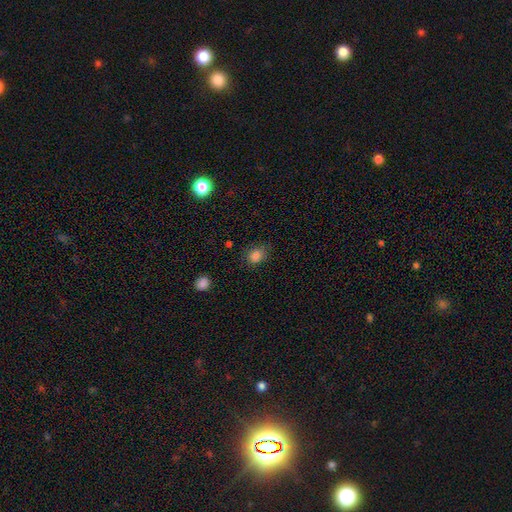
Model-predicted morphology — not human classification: Smooth or featured?
  - smooth: 83% *
  - star or artifact: 12%
  - featured or disk: 5%
How rounded?
  - round: 50% *
  - in between: 49%
  - cigar-shaped: 1%
Merging?
  - none: 77% *
  - minor disturbance: 17%
  - major disturbance: 4%
  - merger: 2%